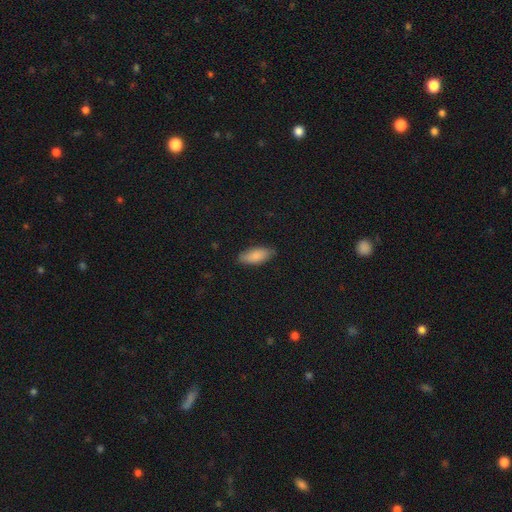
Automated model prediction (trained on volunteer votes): Smooth or featured?
  - smooth: 86% *
  - featured or disk: 8%
  - star or artifact: 6%
How rounded?
  - in between: 83% *
  - cigar-shaped: 15%
  - round: 2%
Merging?
  - none: 82% *
  - minor disturbance: 14%
  - major disturbance: 2%
  - merger: 1%